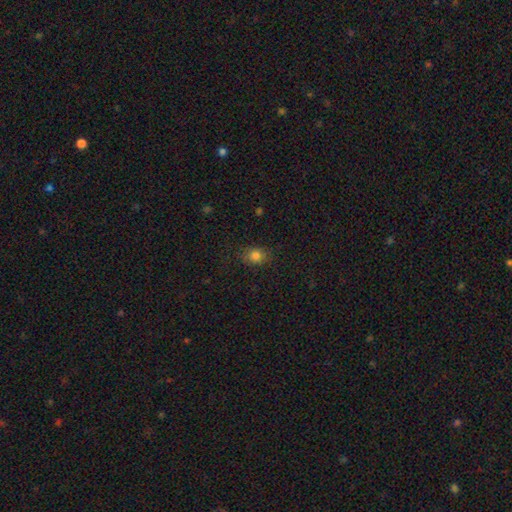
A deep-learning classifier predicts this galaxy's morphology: type=smooth (81%); roundness=round (56%); merging=none (80%).